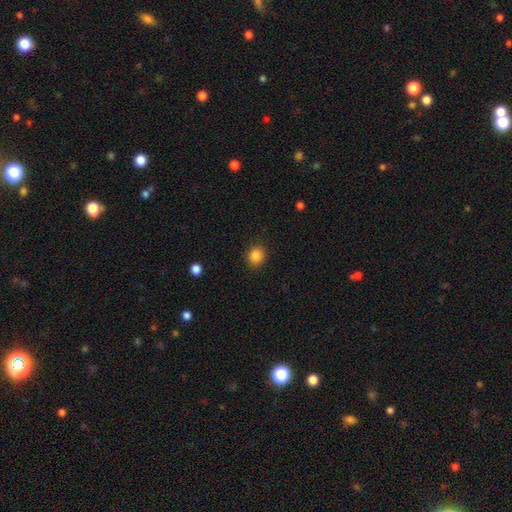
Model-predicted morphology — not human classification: smooth-or-featured: smooth: 86% | star or artifact: 11% | featured or disk: 4%
  how-rounded: round: 78% | in between: 21% | cigar-shaped: 1%
  merging: none: 89% | minor disturbance: 7% | major disturbance: 3% | merger: 1%